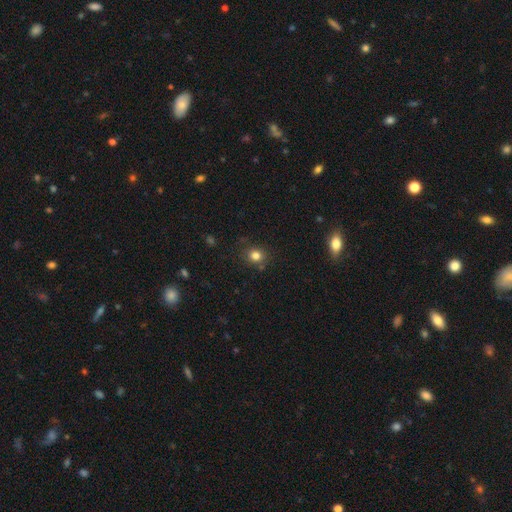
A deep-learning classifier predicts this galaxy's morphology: type=smooth (80%); roundness=round (82%); merging=none (82%).